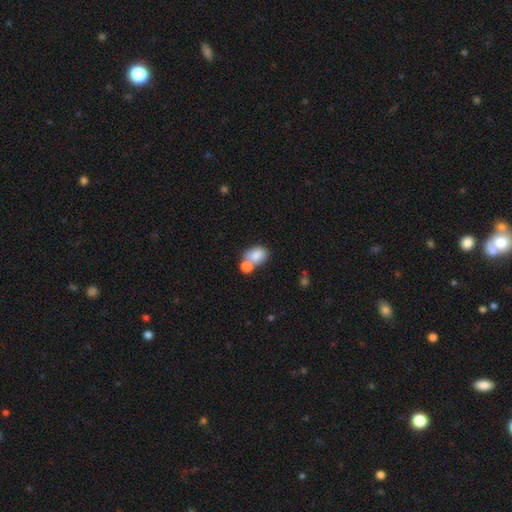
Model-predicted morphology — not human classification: A smooth galaxy with no disk features (79%) that is in between round and cigar-shaped (68%). Merging: merger (48%).